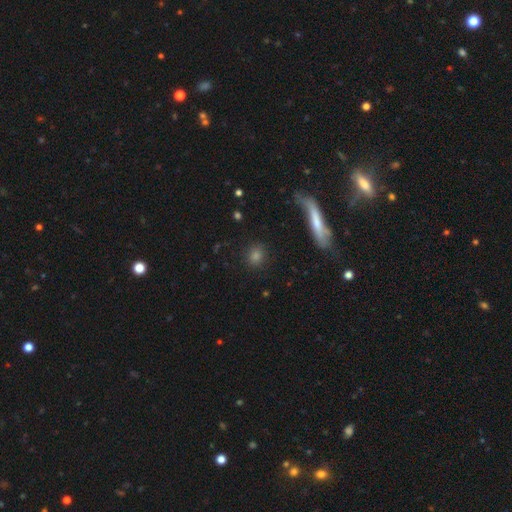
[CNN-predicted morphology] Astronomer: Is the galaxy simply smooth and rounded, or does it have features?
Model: smooth — 71%.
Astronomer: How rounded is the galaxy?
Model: round — 63%.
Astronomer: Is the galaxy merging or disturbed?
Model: none — 82%.